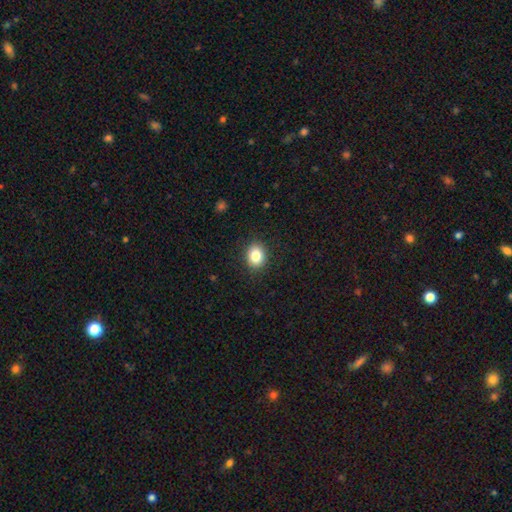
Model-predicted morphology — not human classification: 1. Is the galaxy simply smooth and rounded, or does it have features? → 83% smooth, 10% star or artifact, 7% featured or disk.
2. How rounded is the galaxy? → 50% round, 49% in between, 1% cigar-shaped.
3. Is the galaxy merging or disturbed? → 88% none, 8% minor disturbance, 2% major disturbance, 1% merger.